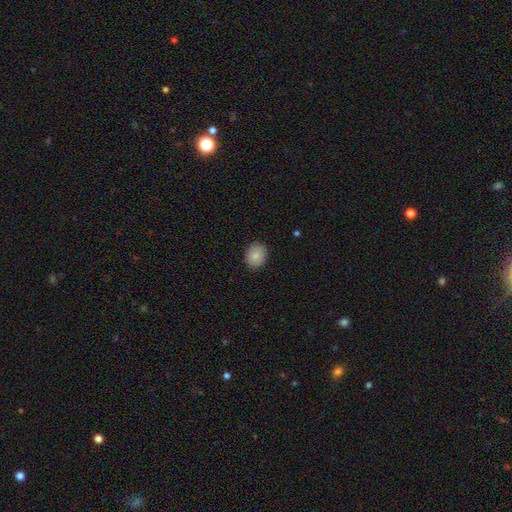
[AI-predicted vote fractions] A smooth galaxy with no disk features (86%) that is round (55%). Merging: none (89%).